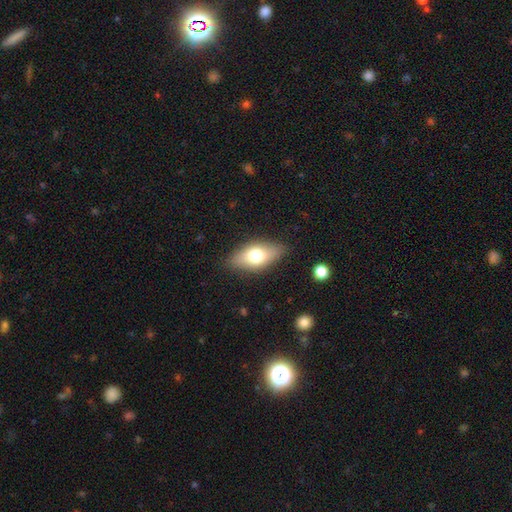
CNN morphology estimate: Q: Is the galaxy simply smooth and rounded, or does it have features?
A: smooth — 69%.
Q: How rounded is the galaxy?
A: in between — 85%.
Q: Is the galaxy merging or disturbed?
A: none — 84%.